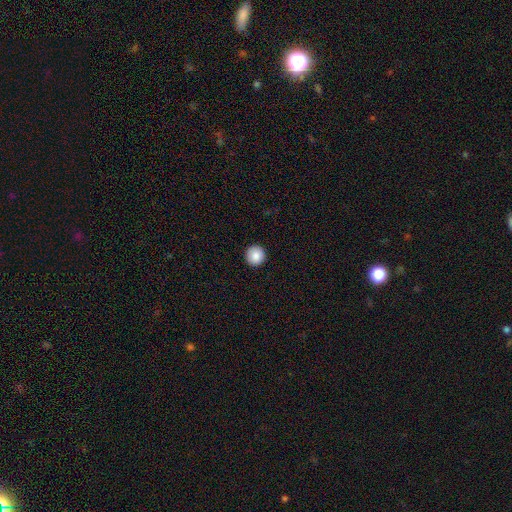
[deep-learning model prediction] This appears to be a smooth galaxy with no disk features (87%) that is round (96%). Merging: none (92%).